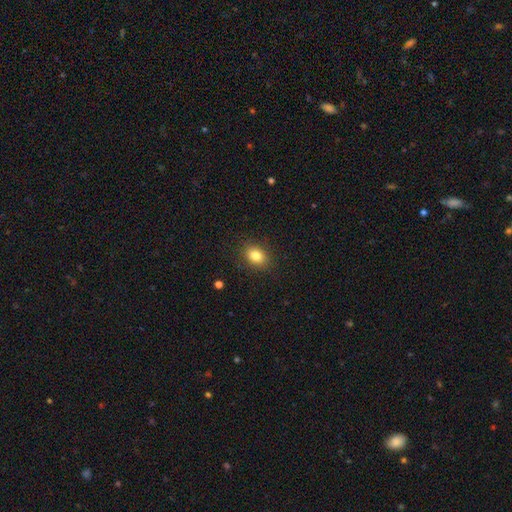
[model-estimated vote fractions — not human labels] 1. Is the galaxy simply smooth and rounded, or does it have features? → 83% smooth, 10% star or artifact, 7% featured or disk.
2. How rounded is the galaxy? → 64% in between, 35% round, 1% cigar-shaped.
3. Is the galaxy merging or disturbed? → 88% none, 9% minor disturbance, 3% major disturbance, 1% merger.